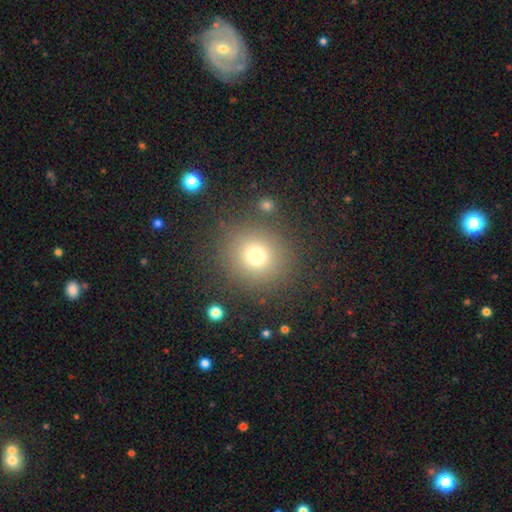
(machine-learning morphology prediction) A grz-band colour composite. It shows a smooth galaxy with no disk features (73%) that is round (91%). Merging: none (85%).